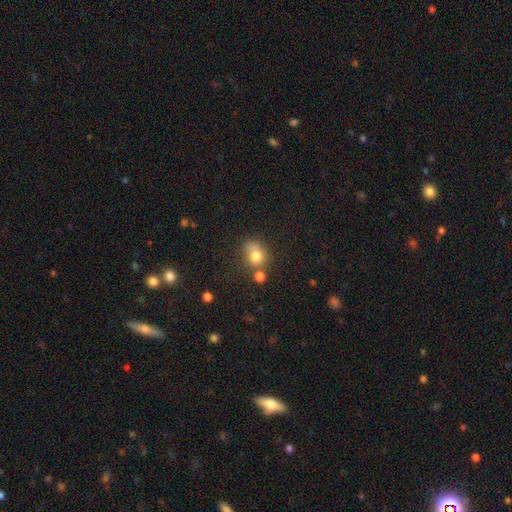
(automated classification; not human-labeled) This is likely a smooth galaxy (77%). How rounded: possibly round (59%). Merging: possibly none (47%).